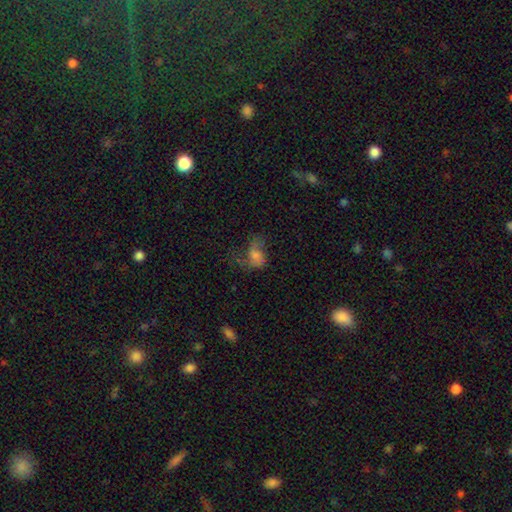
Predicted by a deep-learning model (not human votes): The model was most divided on "merging": major disturbance: 42%, none: 32%, minor disturbance: 23%, merger: 4%. More confident: how rounded — in between (71%); smooth or featured — smooth (54%).